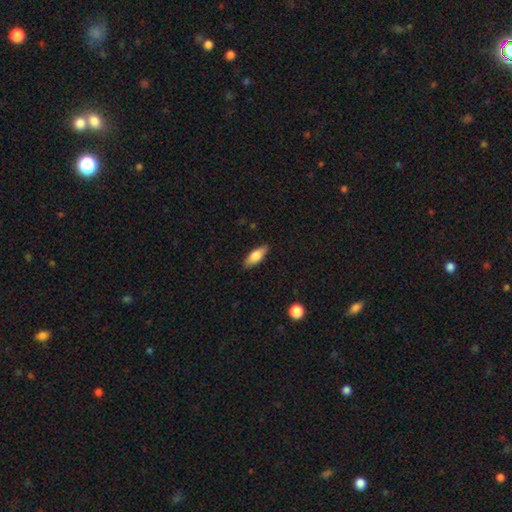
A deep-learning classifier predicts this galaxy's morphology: smooth-or-featured: smooth: 75% | featured or disk: 19% | star or artifact: 6%
  how-rounded: in between: 71% | cigar-shaped: 27% | round: 3%
  merging: none: 86% | minor disturbance: 11% | major disturbance: 2% | merger: 1%